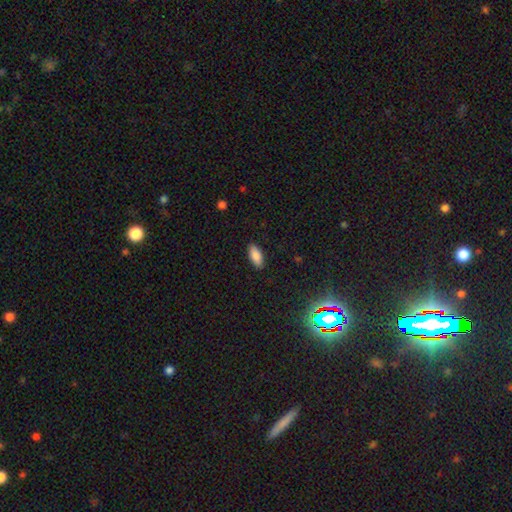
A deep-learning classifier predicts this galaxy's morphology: smooth-or-featured: smooth: 86% | star or artifact: 8% | featured or disk: 7%
  how-rounded: in between: 88% | cigar-shaped: 10% | round: 2%
  merging: none: 88% | minor disturbance: 9% | major disturbance: 2% | merger: 1%